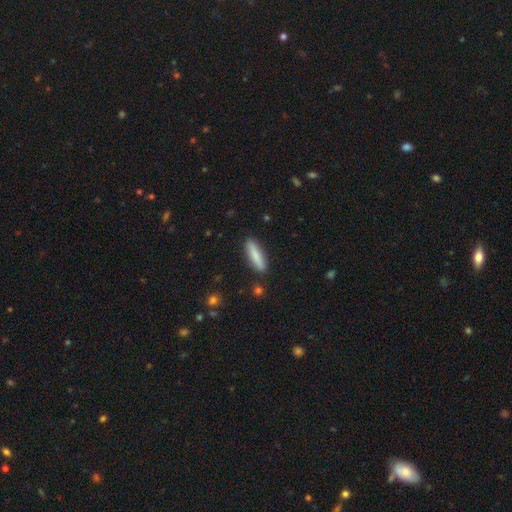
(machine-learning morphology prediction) This appears to be a smooth galaxy with no disk features (82%) that is cigar-shaped (69%). Merging: none (88%).